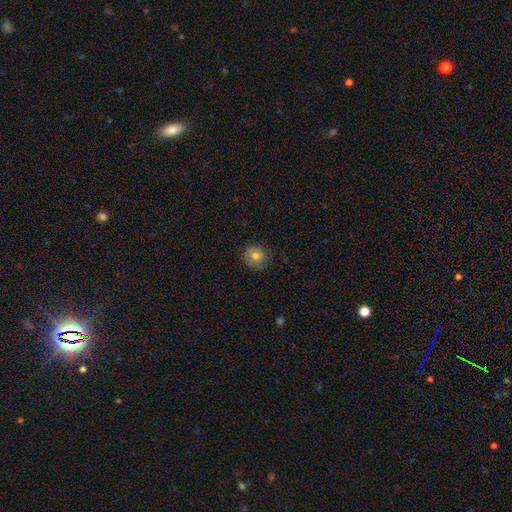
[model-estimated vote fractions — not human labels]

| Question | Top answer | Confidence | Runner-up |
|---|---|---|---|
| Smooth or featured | smooth | 71% | featured or disk (20%) |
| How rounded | round | 87% | in between (12%) |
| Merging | none | 77% | minor disturbance (17%) |